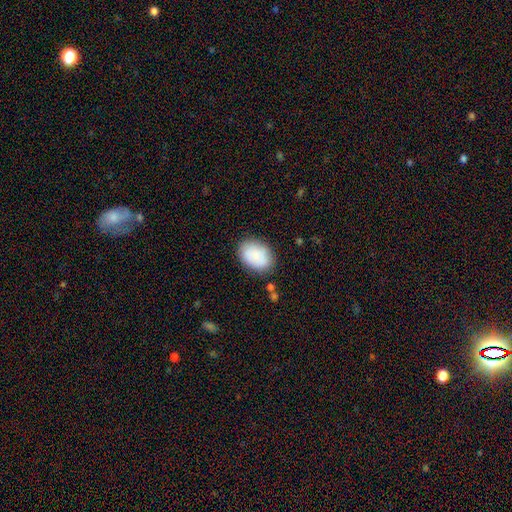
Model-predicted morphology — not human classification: smooth_or_featured: smooth (p=0.86) [alt: featured or disk p=0.07]
how_rounded: in between (p=0.79) [alt: round p=0.20]
merging: none (p=0.81) [alt: minor disturbance p=0.13]